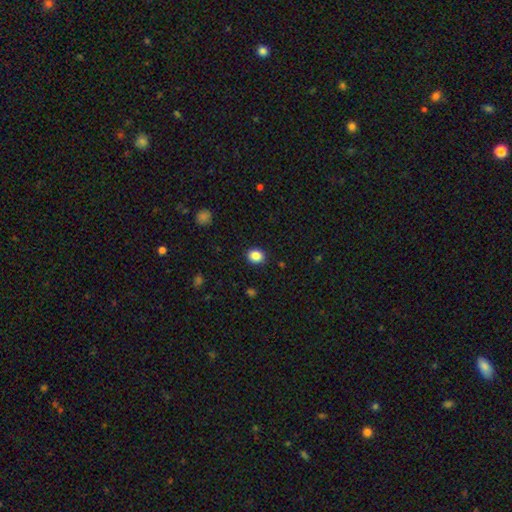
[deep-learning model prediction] Overall: smooth (86%). How rounded: round (67%; in between 32%). Merging: none (90%).